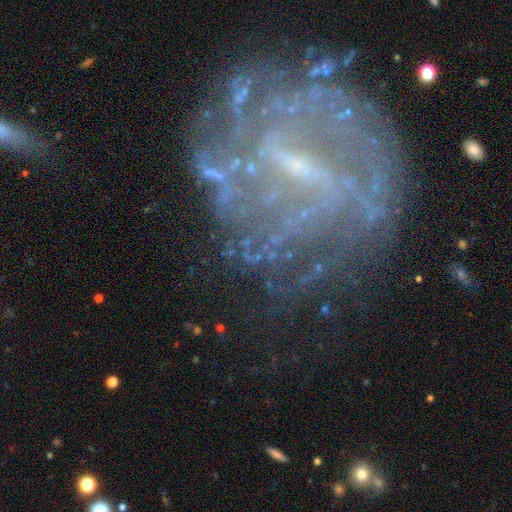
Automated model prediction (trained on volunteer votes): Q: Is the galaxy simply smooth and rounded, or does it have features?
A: featured or disk — 77%.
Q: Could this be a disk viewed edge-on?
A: no — 96%.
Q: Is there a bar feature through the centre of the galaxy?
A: strong — 38%.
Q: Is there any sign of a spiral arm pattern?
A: yes — 83%.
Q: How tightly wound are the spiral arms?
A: tight — 43%.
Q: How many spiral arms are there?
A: can't tell — 34%.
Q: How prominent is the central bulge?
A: small — 63%.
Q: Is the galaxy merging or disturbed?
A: none — 60%.